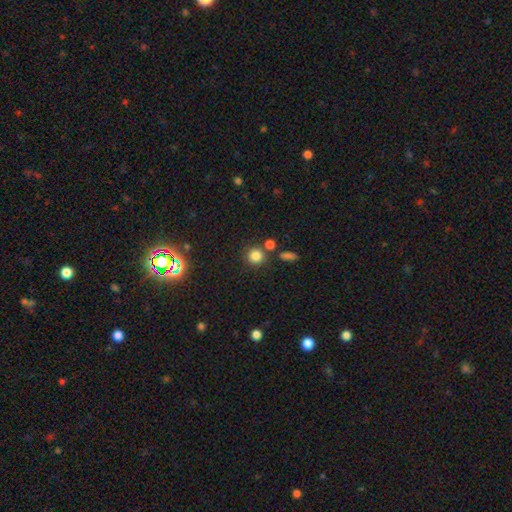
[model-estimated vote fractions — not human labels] Smooth or featured?
  - smooth: 81% *
  - star or artifact: 14%
  - featured or disk: 5%
How rounded?
  - round: 89% *
  - in between: 10%
  - cigar-shaped: 1%
Merging?
  - none: 75% *
  - merger: 12%
  - minor disturbance: 9%
  - major disturbance: 3%